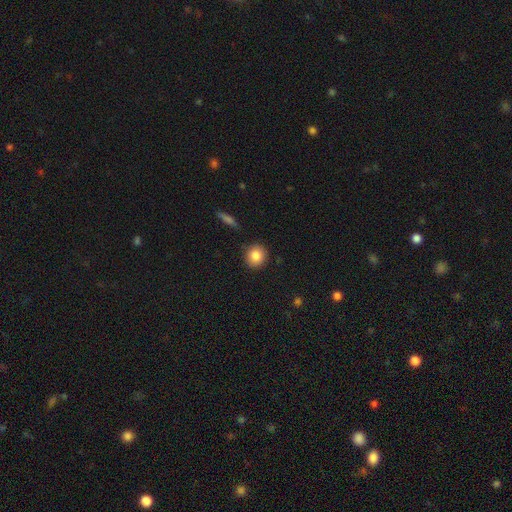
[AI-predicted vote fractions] Overall: smooth (84%). How rounded: round (87%). Merging: none (89%).